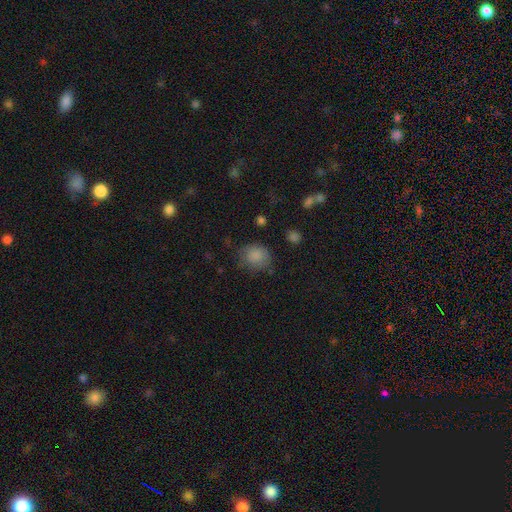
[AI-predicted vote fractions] Smooth or featured? smooth (84%)
How rounded? round (77%)
Merging? none (72%)